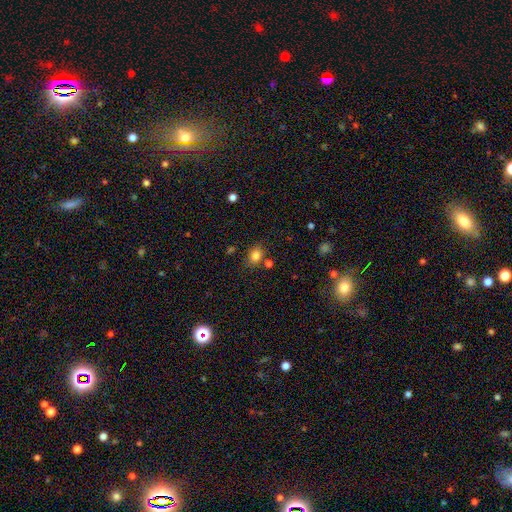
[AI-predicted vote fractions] Smooth or featured?
  - smooth: 82% *
  - star or artifact: 11%
  - featured or disk: 7%
How rounded?
  - in between: 63% *
  - round: 35%
  - cigar-shaped: 1%
Merging?
  - none: 73% *
  - minor disturbance: 15%
  - merger: 8%
  - major disturbance: 4%